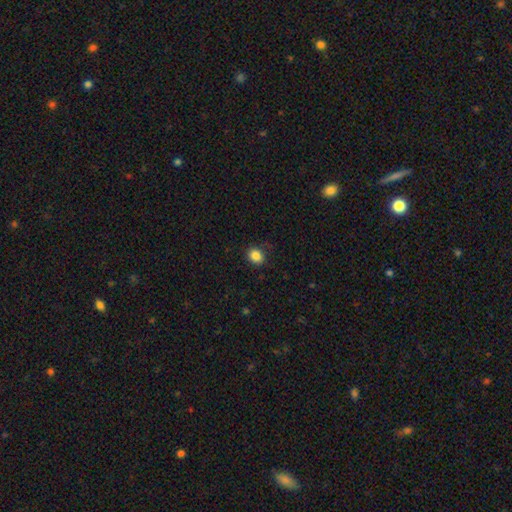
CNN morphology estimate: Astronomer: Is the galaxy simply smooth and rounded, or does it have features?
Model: smooth — 85%.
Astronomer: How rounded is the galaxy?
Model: round — 63%.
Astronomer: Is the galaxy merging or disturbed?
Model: none — 83%.